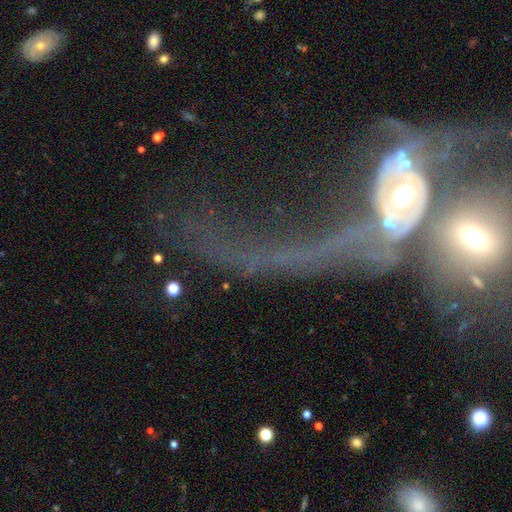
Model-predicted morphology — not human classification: This appears to be a featured or disk galaxy (62%) with no bar (67%), no spiral arms (52%) and a moderate central bulge (56%). Merging: major disturbance (40%).